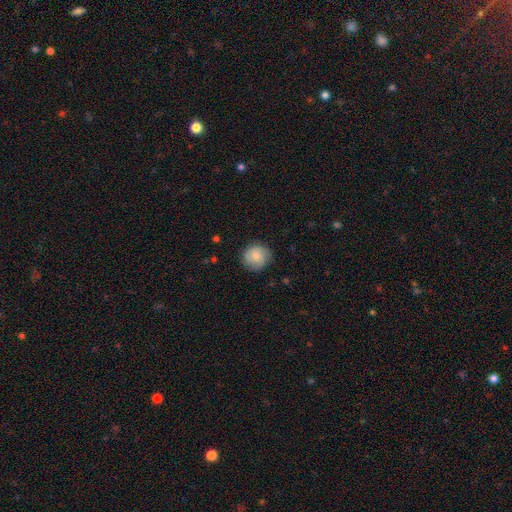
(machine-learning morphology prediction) smooth 78%, featured or disk 15%, star or artifact 7%. Down the decision tree: how rounded — round (91%); merging — none (81%).